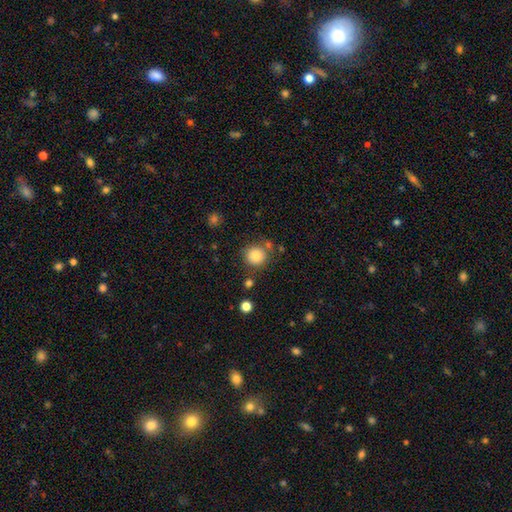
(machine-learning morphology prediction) Smooth or featured?
  - smooth: 85% *
  - star or artifact: 10%
  - featured or disk: 5%
How rounded?
  - round: 91% *
  - in between: 8%
  - cigar-shaped: 1%
Merging?
  - none: 77% *
  - minor disturbance: 11%
  - merger: 8%
  - major disturbance: 4%